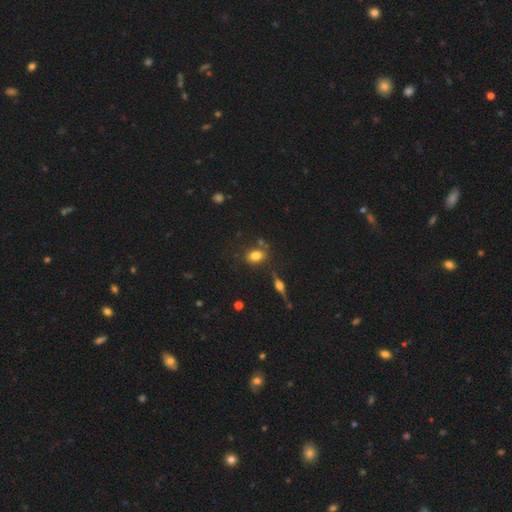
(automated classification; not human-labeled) The model was most divided on "how rounded": in between: 69%, round: 29%, cigar-shaped: 2%. More confident: smooth or featured — smooth (77%); merging — none (75%).